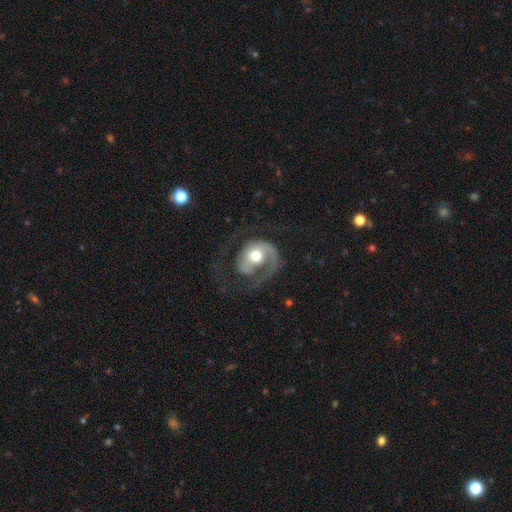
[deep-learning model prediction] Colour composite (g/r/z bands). It shows a featured or disk galaxy (80%) with no bar (69%), 1 (77%) medium (42%) spiral arms (93%) and a moderate central bulge (69%). Merging: none (46%).